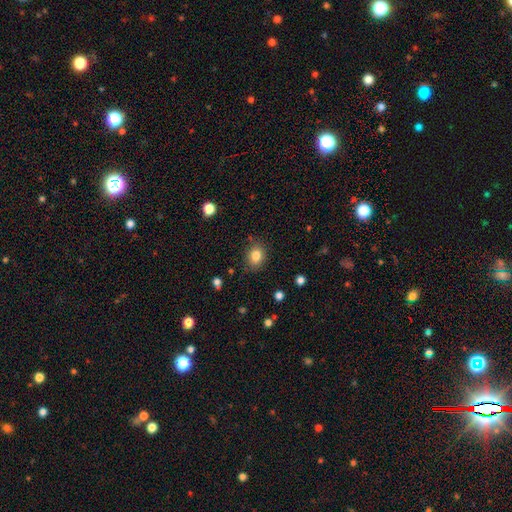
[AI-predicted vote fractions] A smooth galaxy with no disk features (82%) that is round (52%). Merging: none (84%).